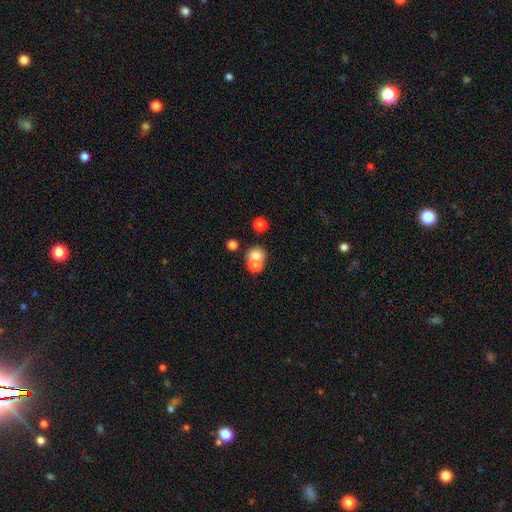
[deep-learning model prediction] The model was most divided on "merging": merger: 54%, none: 36%, minor disturbance: 6%, major disturbance: 3%. More confident: how rounded — round (78%); smooth or featured — smooth (73%).